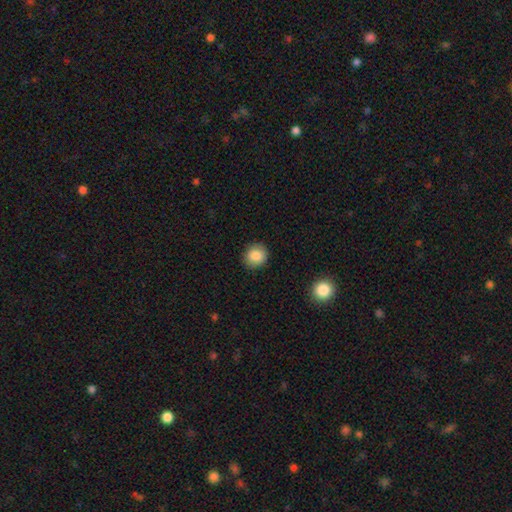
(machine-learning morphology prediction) type=smooth (86%); roundness=round (85%); merging=none (89%).